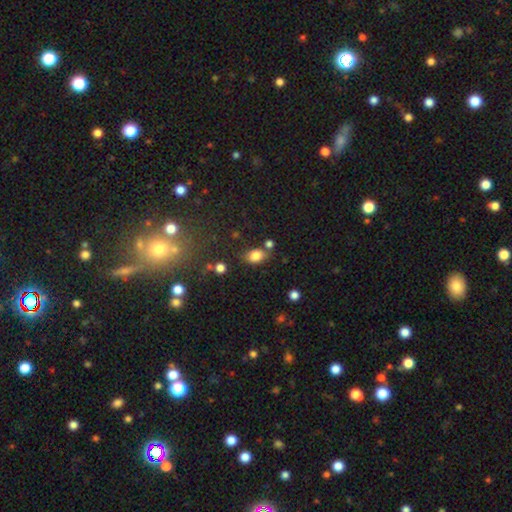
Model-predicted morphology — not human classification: type=smooth (82%); roundness=in between (75%); merging=none (66%).